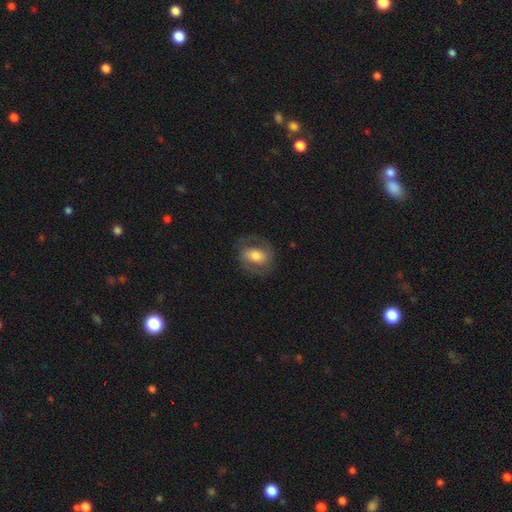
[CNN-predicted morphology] This appears to be a featured or disk galaxy (51%). Merging: none (74%).